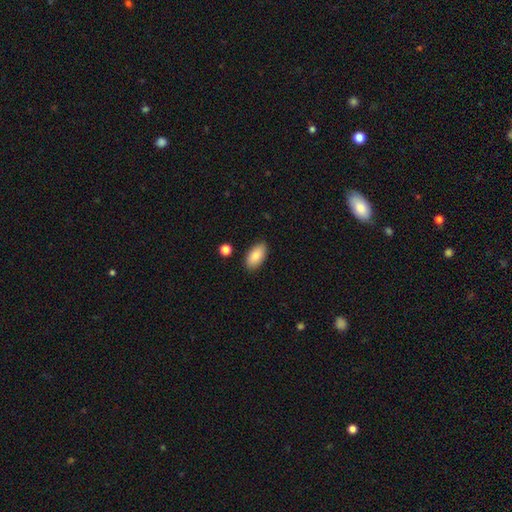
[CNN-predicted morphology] Smooth or featured? Predicted: smooth (p=0.86). How rounded? Predicted: in between (p=0.94). Merging? Predicted: none (p=0.87).